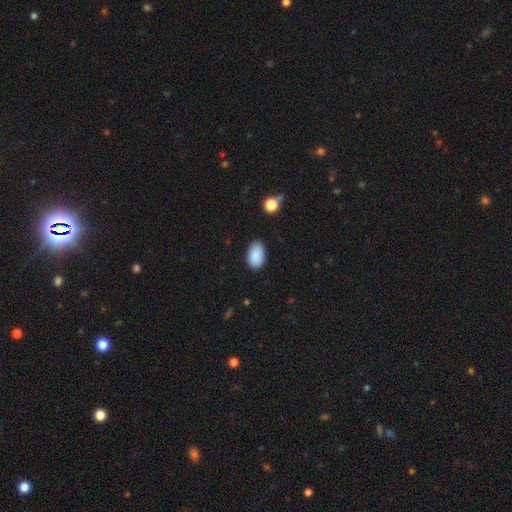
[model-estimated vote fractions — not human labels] A smooth galaxy with no disk features (89%) that is in between round and cigar-shaped (92%). Merging: none (81%).